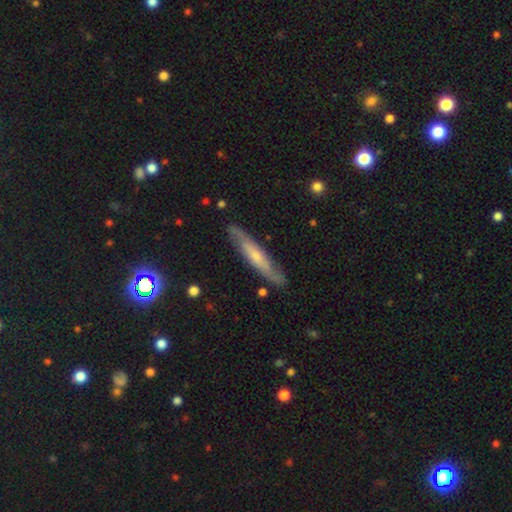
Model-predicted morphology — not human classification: type=featured or disk (59%); edge-on=yes (64%); merging=none (83%).